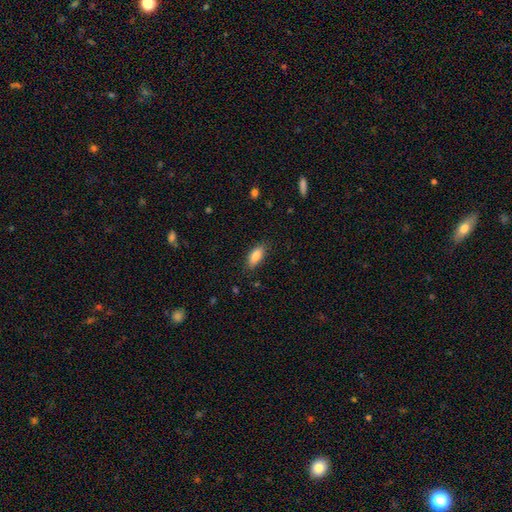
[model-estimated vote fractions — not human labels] Q: Smooth or featured?
A: smooth (85%); runner-up: featured or disk (8%)
Q: How rounded?
A: in between (81%); runner-up: cigar-shaped (17%)
Q: Merging?
A: none (84%); runner-up: minor disturbance (12%)